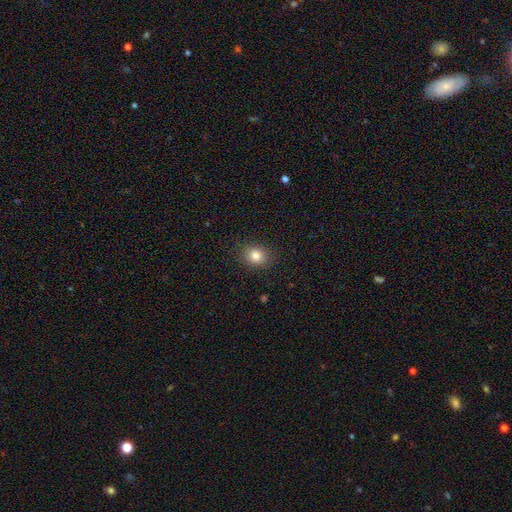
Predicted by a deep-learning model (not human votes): A smooth galaxy with no disk features (81%) that is round (64%). Merging: none (88%).